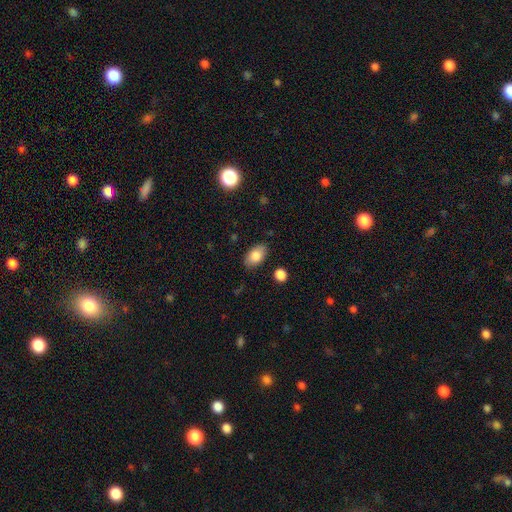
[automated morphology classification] A smooth galaxy with no disk features (82%) that is in between round and cigar-shaped (91%).

Vote fractions:
- Smooth or featured? smooth: 82% / featured or disk: 10% / star or artifact: 7%
- How rounded? in between: 91% / round: 7% / cigar-shaped: 2%
- Merging? none: 83% / minor disturbance: 13% / major disturbance: 3% / merger: 2%